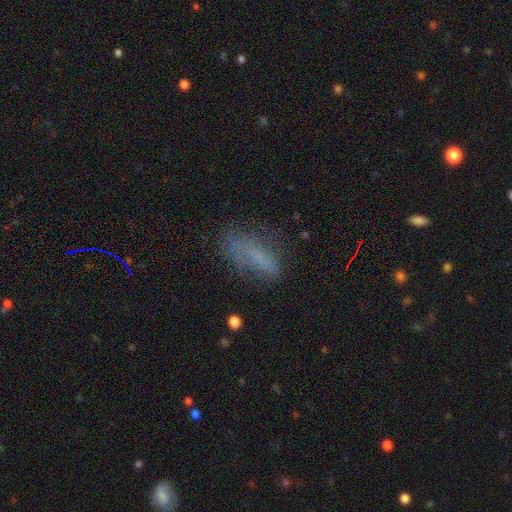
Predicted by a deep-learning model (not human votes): Q: Smooth or featured?
A: smooth (59%); runner-up: featured or disk (25%)
Q: How rounded?
A: in between (62%); runner-up: cigar-shaped (35%)
Q: Merging?
A: none (53%); runner-up: minor disturbance (26%)